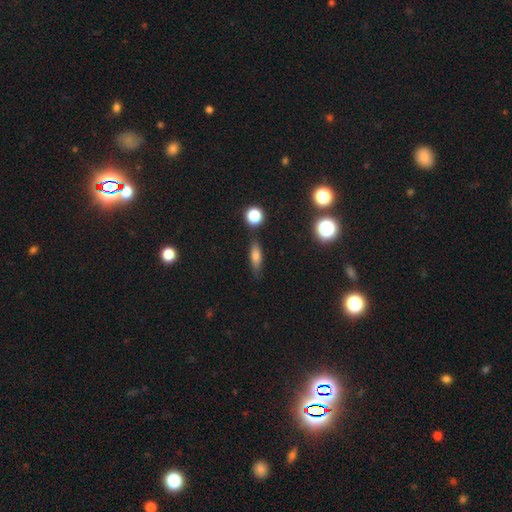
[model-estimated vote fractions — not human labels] smooth_or_featured: smooth (p=0.72) [alt: featured or disk p=0.17]
how_rounded: in between (p=0.49) [alt: cigar-shaped p=0.44]
merging: none (p=0.79) [alt: minor disturbance p=0.14]